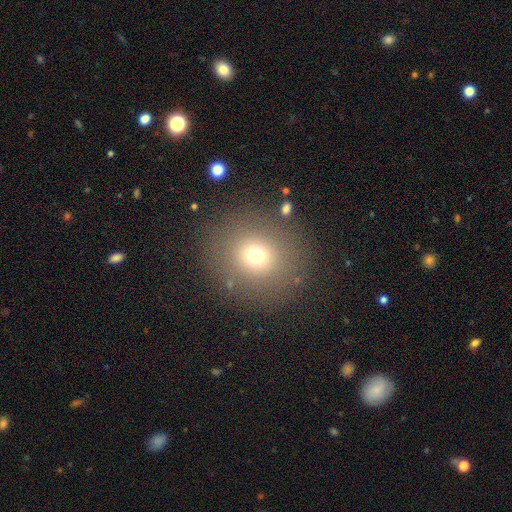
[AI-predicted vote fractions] A smooth galaxy with no disk features (70%) that is round (88%).

Vote fractions:
- Smooth or featured? smooth: 70% / star or artifact: 19% / featured or disk: 12%
- How rounded? round: 88% / in between: 11% / cigar-shaped: 1%
- Merging? none: 86% / minor disturbance: 8% / major disturbance: 4% / merger: 2%